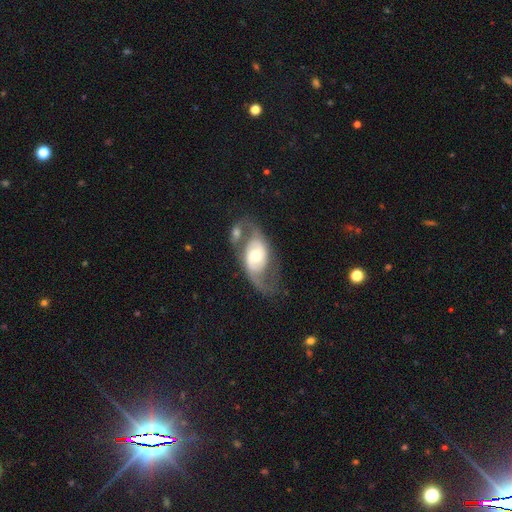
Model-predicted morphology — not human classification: Q: Smooth or featured?
A: featured or disk (77%); runner-up: smooth (18%)
Q: Edge-on disk?
A: no (95%); runner-up: yes (5%)
Q: Bar?
A: no (63%); runner-up: weak (27%)
Q: Spiral arms?
A: yes (83%); runner-up: no (17%)
Q: Spiral winding?
A: loose (43%); runner-up: medium (41%)
Q: Spiral arm count?
A: 2 (85%); runner-up: can't tell (7%)
Q: Bulge size?
A: moderate (63%); runner-up: small (23%)
Q: Merging?
A: none (45%); runner-up: major disturbance (19%)